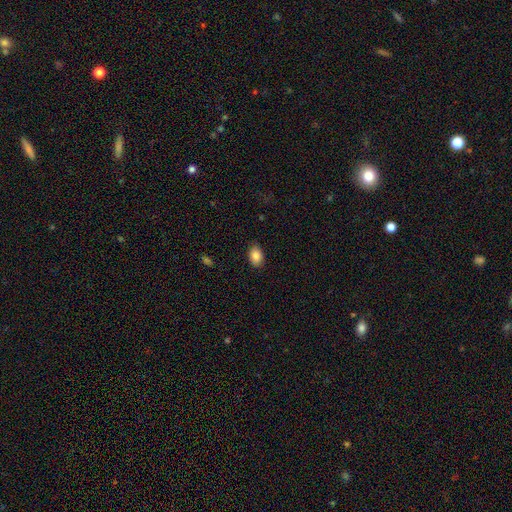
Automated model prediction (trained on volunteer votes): smooth-or-featured: smooth: 86% | star or artifact: 8% | featured or disk: 6%
  how-rounded: in between: 85% | round: 13% | cigar-shaped: 1%
  merging: none: 86% | minor disturbance: 10% | major disturbance: 2% | merger: 1%